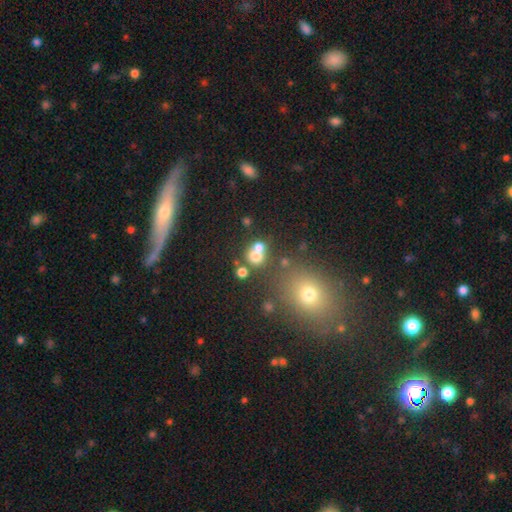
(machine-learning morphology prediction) This is likely a smooth galaxy (68%). How rounded: likely round (79%). Merging: marginally merger (44%, tied with none).